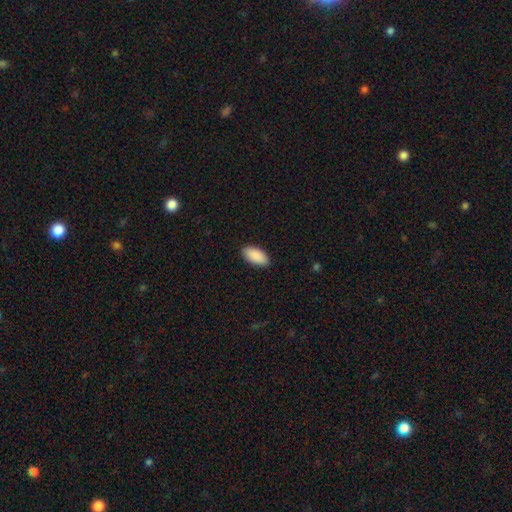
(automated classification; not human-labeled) smooth_or_featured: smooth (p=0.91) [alt: star or artifact p=0.06]
how_rounded: in between (p=0.94) [alt: cigar-shaped p=0.04]
merging: none (p=0.90) [alt: minor disturbance p=0.07]